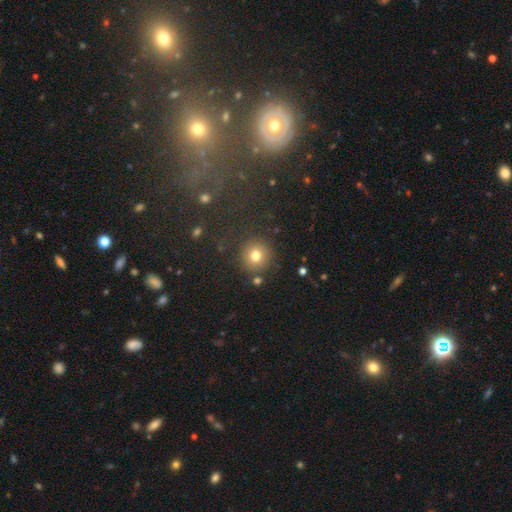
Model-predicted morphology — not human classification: Smooth or featured? smooth (77%)
How rounded? round (93%)
Merging? none (84%)